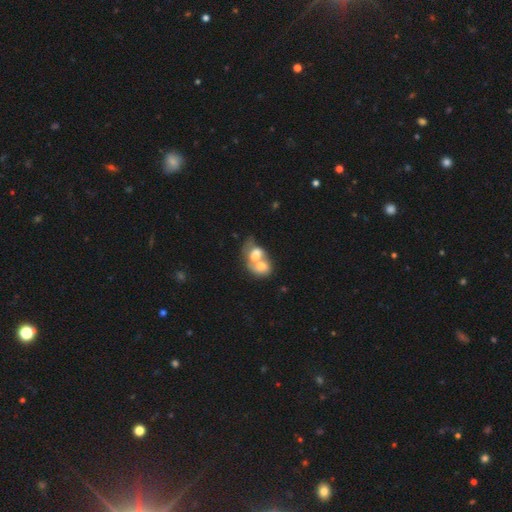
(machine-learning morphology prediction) Overall: smooth (62%; featured or disk 30%). How rounded: in between (61%; round 38%). Merging: merger (80%).